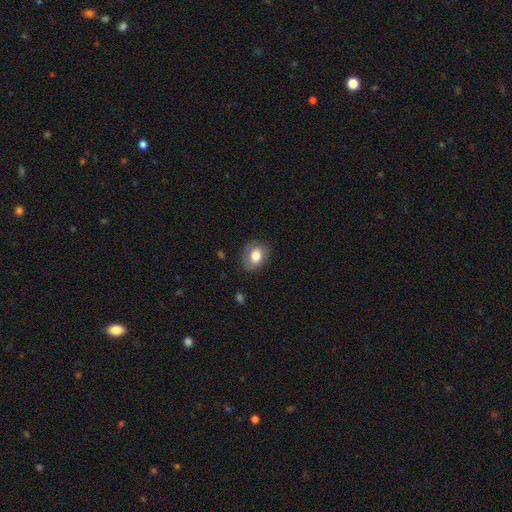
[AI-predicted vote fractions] This appears to be a smooth galaxy with no disk features (71%) that is in between round and cigar-shaped (61%). Merging: none (77%).